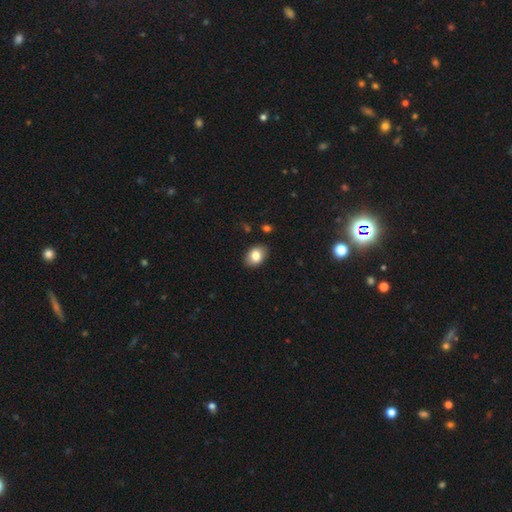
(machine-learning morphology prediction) Smooth or featured?
  - smooth: 81% *
  - featured or disk: 10%
  - star or artifact: 8%
How rounded?
  - in between: 78% *
  - round: 21%
  - cigar-shaped: 1%
Merging?
  - none: 87% *
  - minor disturbance: 10%
  - major disturbance: 2%
  - merger: 1%